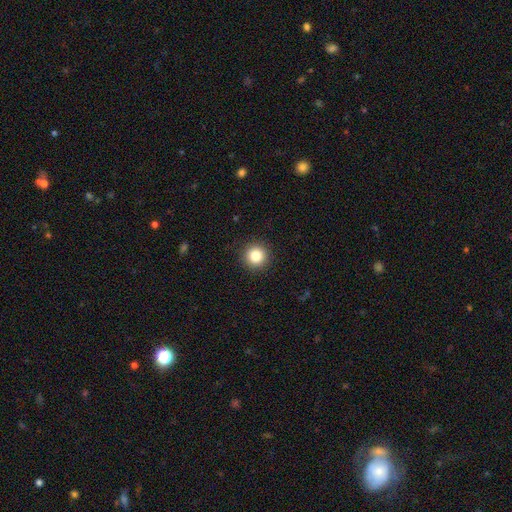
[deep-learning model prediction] Morphology: type=smooth (84%); roundness=round (95%); merging=none (92%).